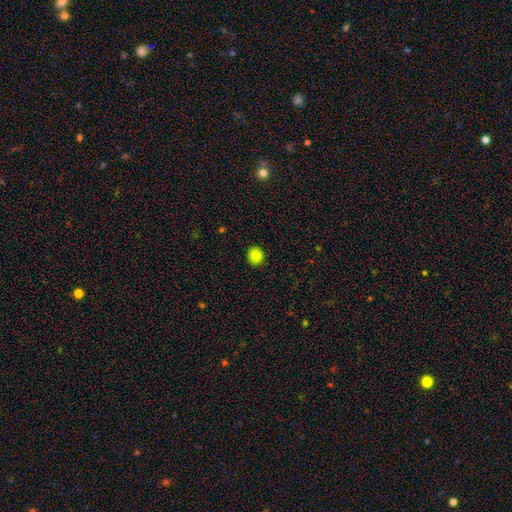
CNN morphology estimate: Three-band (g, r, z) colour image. It shows a smooth galaxy with no disk features (86%) that is round (75%). Merging: none (90%).